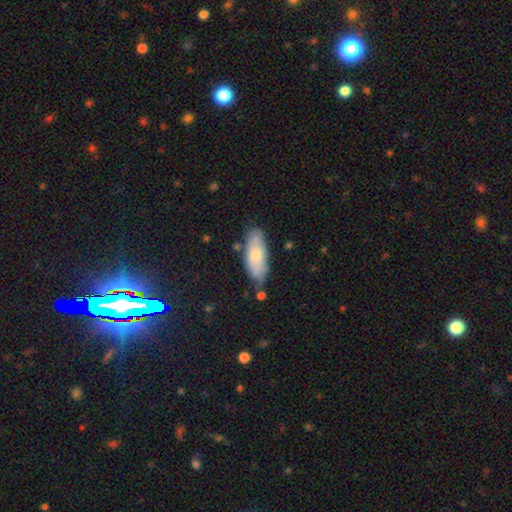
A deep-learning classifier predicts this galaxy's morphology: The model was most divided on "smooth or featured": smooth: 65%, featured or disk: 29%, star or artifact: 6%. More confident: how rounded — in between (74%); merging — none (65%).